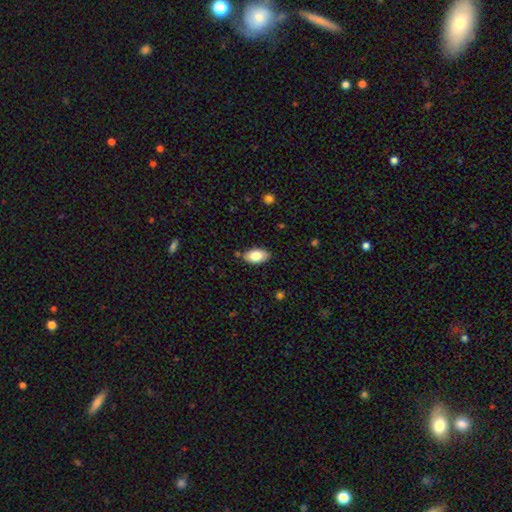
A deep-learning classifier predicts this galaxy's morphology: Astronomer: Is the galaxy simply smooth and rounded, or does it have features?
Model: smooth — 82%.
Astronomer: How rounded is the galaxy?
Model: in between — 93%.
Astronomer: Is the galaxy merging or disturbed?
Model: none — 83%.